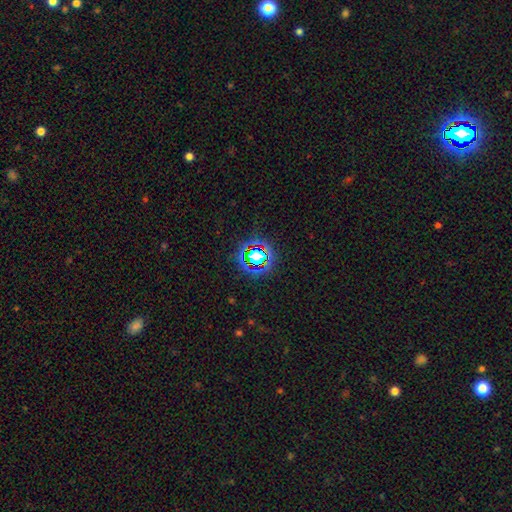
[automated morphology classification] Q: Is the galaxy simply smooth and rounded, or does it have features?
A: star or artifact — 64%.